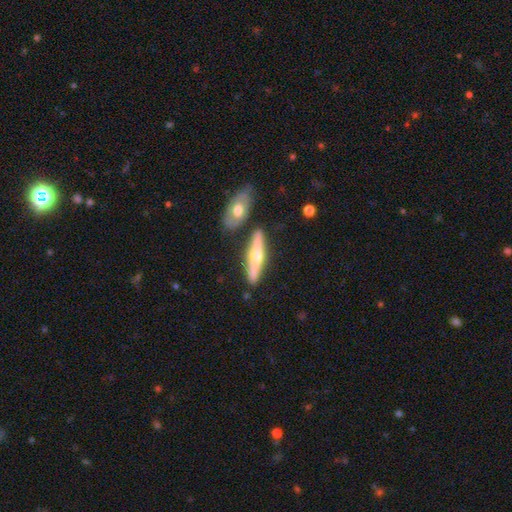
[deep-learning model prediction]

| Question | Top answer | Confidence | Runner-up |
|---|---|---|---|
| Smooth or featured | featured or disk | 63% | smooth (32%) |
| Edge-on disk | yes | 92% | no (8%) |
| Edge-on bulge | rounded | 94% | none (3%) |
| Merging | none | 81% | minor disturbance (9%) |